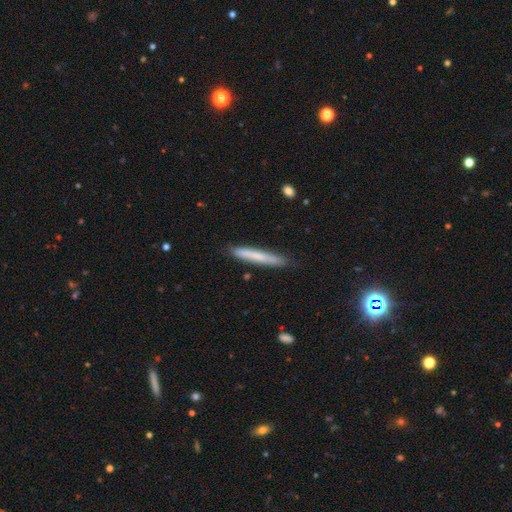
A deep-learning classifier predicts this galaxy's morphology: type=smooth (66%); roundness=cigar-shaped (96%); merging=none (87%).